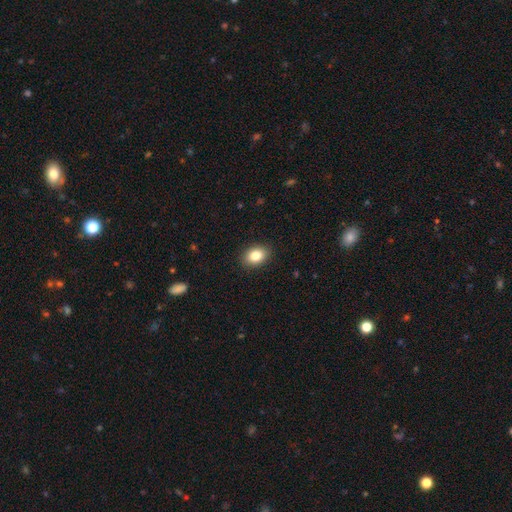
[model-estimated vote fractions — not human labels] Smooth or featured?
  - smooth: 84% *
  - star or artifact: 9%
  - featured or disk: 7%
How rounded?
  - in between: 75% *
  - round: 24%
  - cigar-shaped: 1%
Merging?
  - none: 89% *
  - minor disturbance: 8%
  - major disturbance: 2%
  - merger: 1%